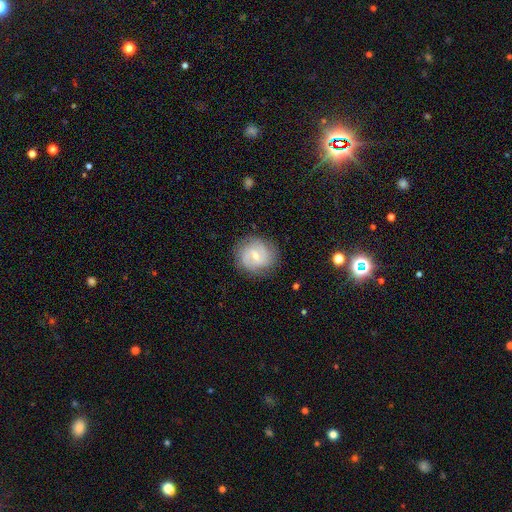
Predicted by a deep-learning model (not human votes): Smooth or featured?
  - featured or disk: 69% *
  - smooth: 25%
  - star or artifact: 6%
Edge-on disk?
  - no: 98% *
  - yes: 2%
Bar?
  - weak: 57% *
  - no: 32%
  - strong: 11%
Spiral arms?
  - yes: 91% *
  - no: 9%
Spiral winding?
  - medium: 44% *
  - tight: 36%
  - loose: 19%
Spiral arm count?
  - 2: 61% *
  - can't tell: 18%
  - 3: 11%
  - 1: 4%
  - 4: 3%
  - more than 4: 3%
Bulge size?
  - small: 66% *
  - moderate: 30%
  - none: 2%
  - large: 1%
  - dominant: 1%
Merging?
  - none: 82% *
  - minor disturbance: 12%
  - major disturbance: 4%
  - merger: 1%